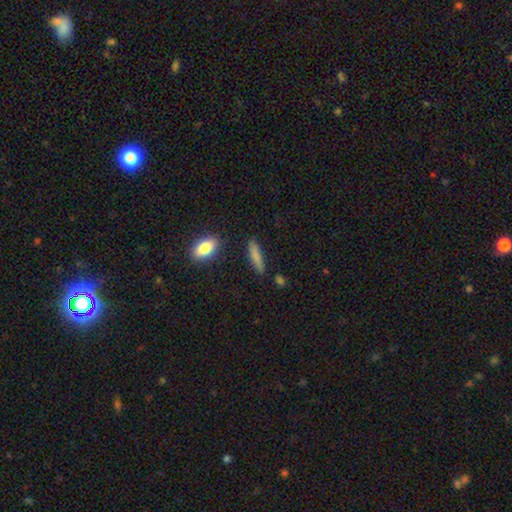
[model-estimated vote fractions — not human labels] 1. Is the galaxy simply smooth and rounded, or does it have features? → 80% smooth, 13% featured or disk, 7% star or artifact.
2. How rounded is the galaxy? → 79% cigar-shaped, 19% in between, 2% round.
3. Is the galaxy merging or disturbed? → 81% none, 13% minor disturbance, 3% merger, 3% major disturbance.